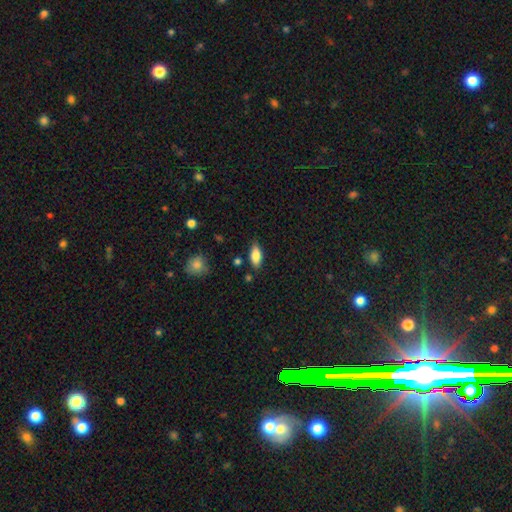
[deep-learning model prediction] A smooth galaxy with no disk features (79%) that is in between round and cigar-shaped (84%).

Vote fractions:
- Smooth or featured? smooth: 79% / featured or disk: 14% / star or artifact: 7%
- How rounded? in between: 84% / cigar-shaped: 14% / round: 3%
- Merging? none: 82% / minor disturbance: 13% / major disturbance: 3% / merger: 3%